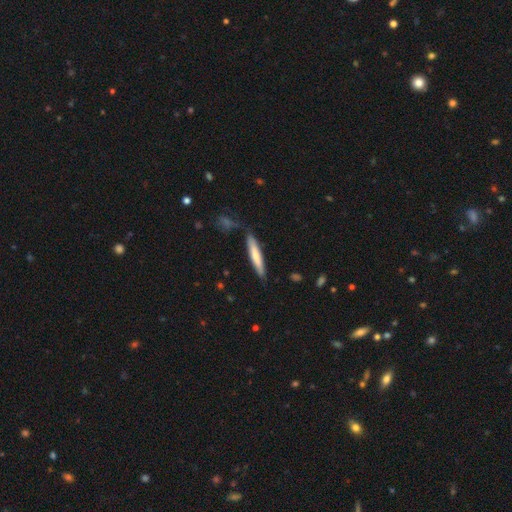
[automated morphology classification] The model was most divided on "smooth or featured": smooth: 64%, featured or disk: 31%, star or artifact: 5%. More confident: how rounded — cigar-shaped (91%); merging — none (83%).